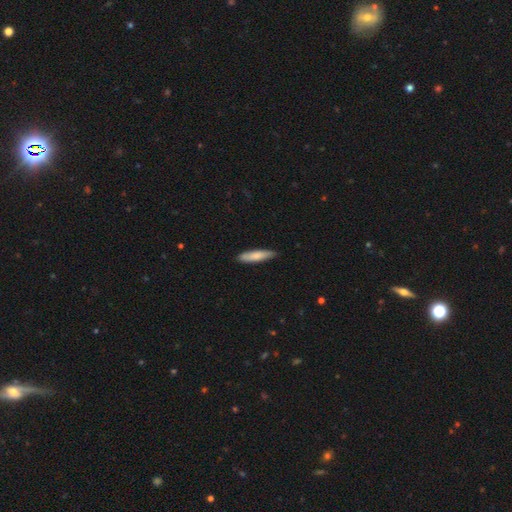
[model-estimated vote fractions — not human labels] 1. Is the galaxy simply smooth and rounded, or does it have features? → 78% smooth, 17% featured or disk, 5% star or artifact.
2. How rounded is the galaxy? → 80% cigar-shaped, 19% in between, 1% round.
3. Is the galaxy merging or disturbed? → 85% none, 13% minor disturbance, 2% major disturbance, 1% merger.